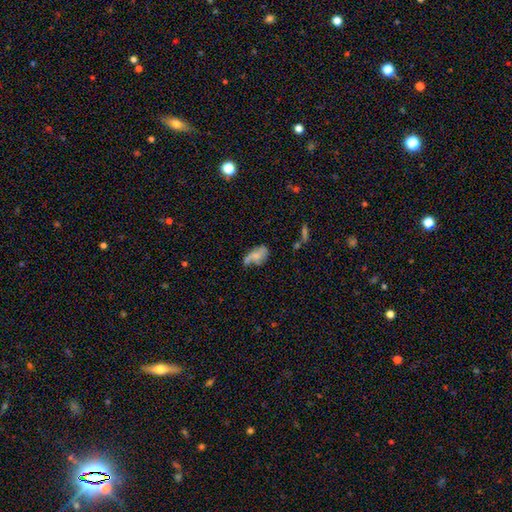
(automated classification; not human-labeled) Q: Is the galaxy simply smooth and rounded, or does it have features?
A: smooth — 56%.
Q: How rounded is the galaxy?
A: in between — 88%.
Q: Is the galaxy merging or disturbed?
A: none — 33%.